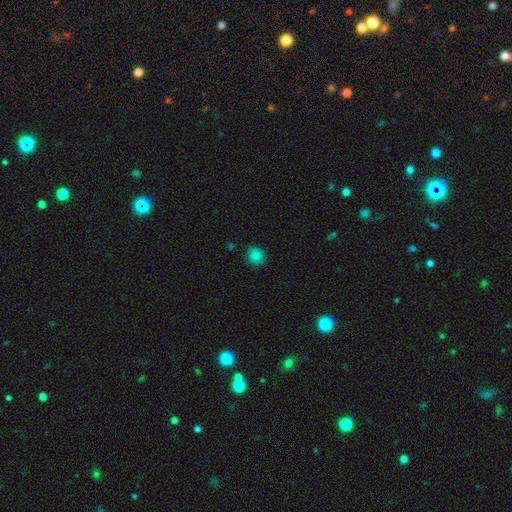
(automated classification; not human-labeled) Q: Smooth or featured?
A: smooth (83%); runner-up: star or artifact (12%)
Q: How rounded?
A: round (83%); runner-up: in between (16%)
Q: Merging?
A: none (85%); runner-up: minor disturbance (11%)